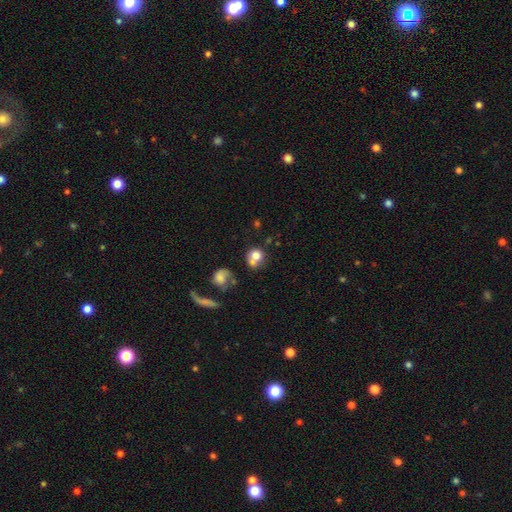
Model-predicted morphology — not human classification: Smooth or featured? smooth (73%)
How rounded? round (75%)
Merging? merger (39%)